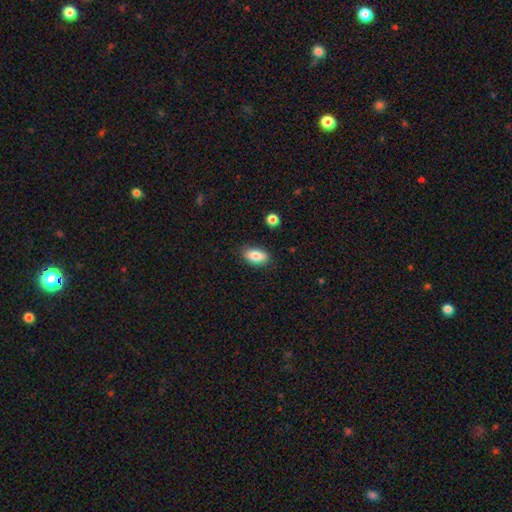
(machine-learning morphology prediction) Smooth or featured? Predicted: smooth (p=0.81). How rounded? Predicted: in between (p=0.90). Merging? Predicted: none (p=0.85).